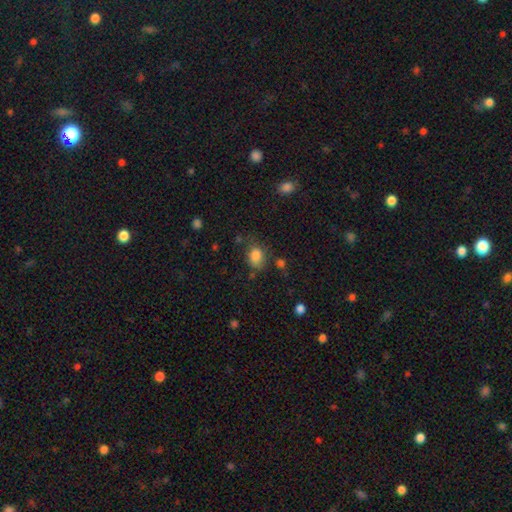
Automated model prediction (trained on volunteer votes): This is clearly a smooth galaxy (83%). How rounded: likely in between (60%). Merging: likely none (65%).